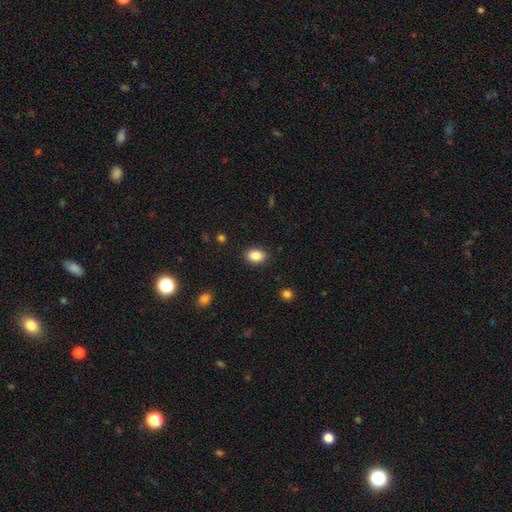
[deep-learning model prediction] Smooth or featured? smooth (87%)
How rounded? in between (80%)
Merging? none (88%)